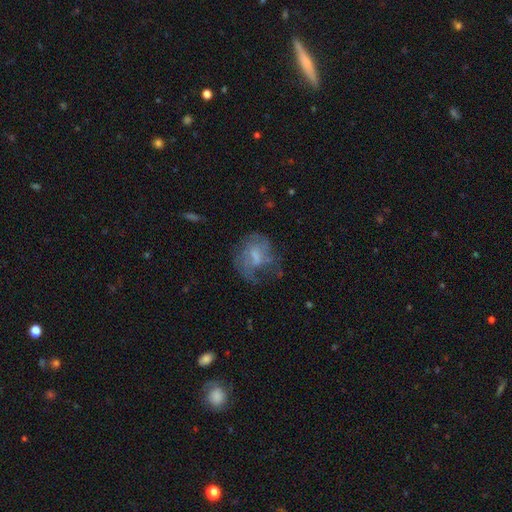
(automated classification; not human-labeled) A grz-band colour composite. It shows a featured or disk galaxy (52%) with no bar (45%), no spiral arms (55%) and a moderate central bulge (32%). Merging: none (41%).